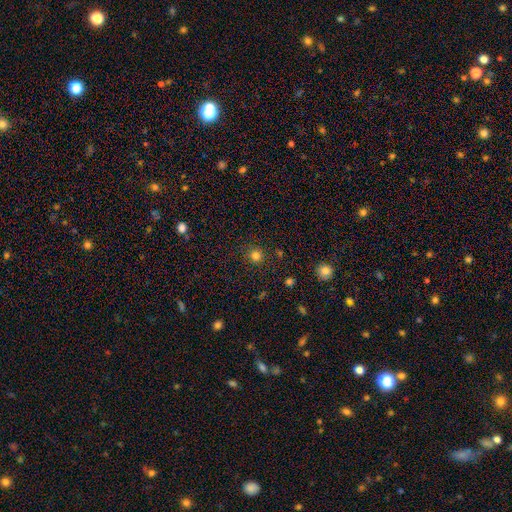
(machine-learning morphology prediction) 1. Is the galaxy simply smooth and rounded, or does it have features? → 80% smooth, 15% star or artifact, 5% featured or disk.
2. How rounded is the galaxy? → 94% round, 5% in between, 1% cigar-shaped.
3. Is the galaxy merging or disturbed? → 89% none, 7% minor disturbance, 2% major disturbance, 2% merger.